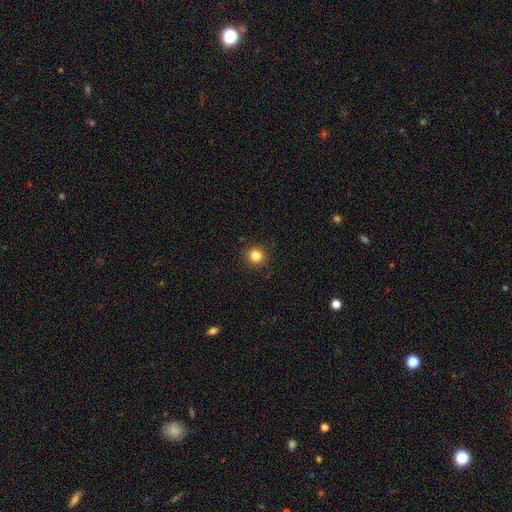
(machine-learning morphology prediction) This is clearly a smooth galaxy (83%). How rounded: clearly round (93%). Merging: clearly none (91%).